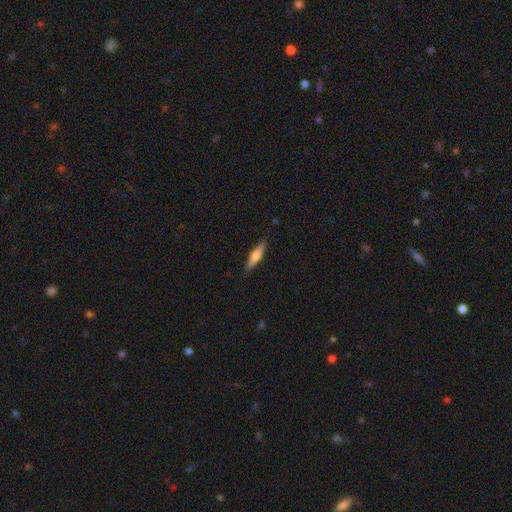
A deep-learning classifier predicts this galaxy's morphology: smooth_or_featured: smooth (p=0.65) [alt: featured or disk p=0.29]
how_rounded: cigar-shaped (p=0.79) [alt: in between p=0.19]
merging: none (p=0.87) [alt: minor disturbance p=0.10]